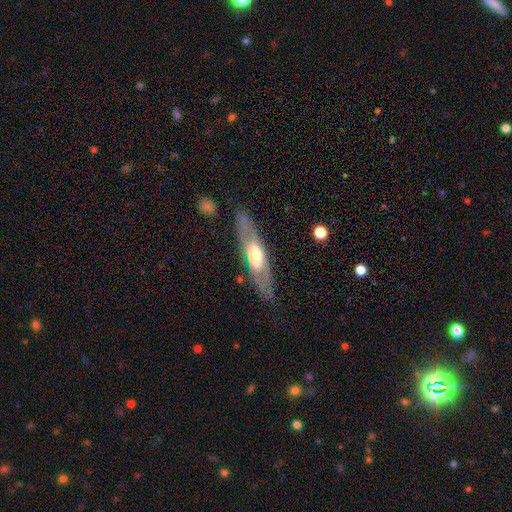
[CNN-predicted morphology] A featured or disk galaxy (62%). Merging: none (83%).